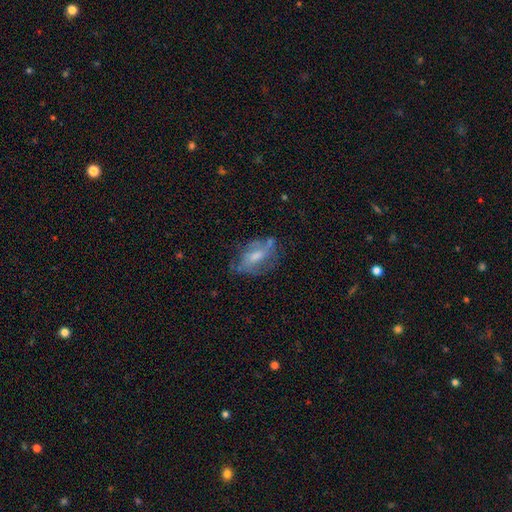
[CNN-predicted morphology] This appears to be a featured or disk galaxy (58%) with no bar (48%), spiral arms (61%) and a moderate central bulge (51%). Merging: none (57%).